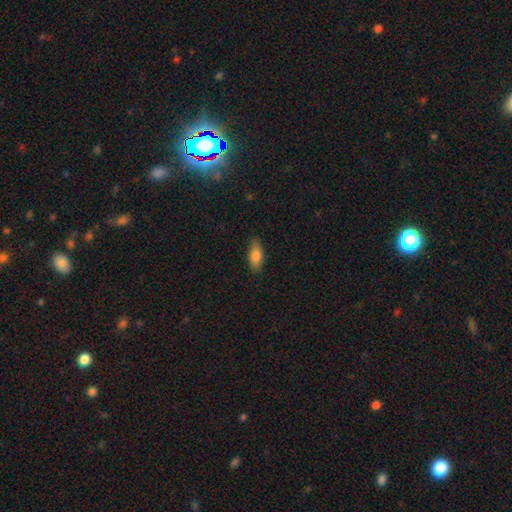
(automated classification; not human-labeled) Smooth or featured? Predicted: smooth (p=0.83). How rounded? Predicted: in between (p=0.82). Merging? Predicted: none (p=0.83).